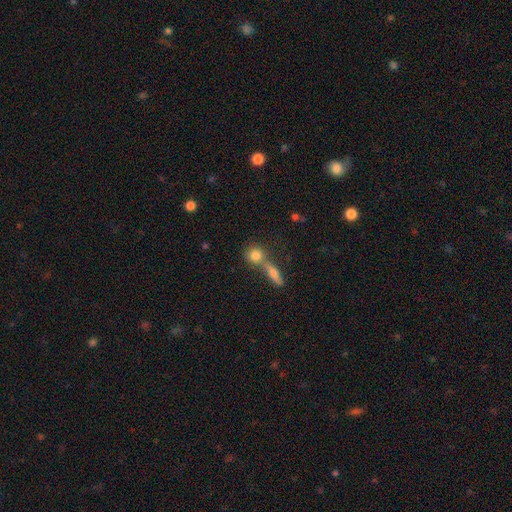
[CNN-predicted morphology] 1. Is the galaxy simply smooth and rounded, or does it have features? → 78% smooth, 12% featured or disk, 9% star or artifact.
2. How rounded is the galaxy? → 78% round, 16% in between, 7% cigar-shaped.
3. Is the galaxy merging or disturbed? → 48% none, 41% merger, 8% minor disturbance, 3% major disturbance.